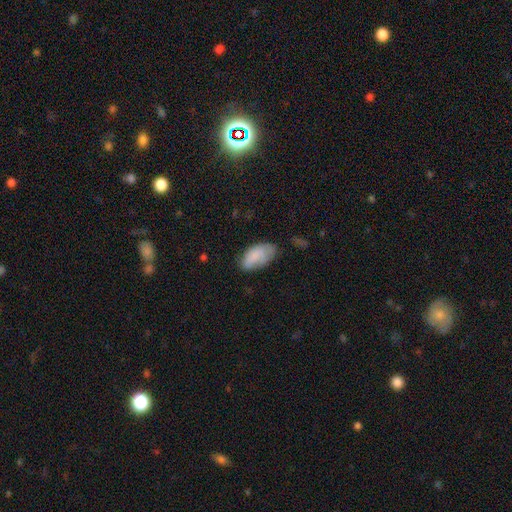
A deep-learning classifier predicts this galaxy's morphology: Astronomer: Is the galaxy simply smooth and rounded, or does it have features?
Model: smooth — 79%.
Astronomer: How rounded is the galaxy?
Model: in between — 94%.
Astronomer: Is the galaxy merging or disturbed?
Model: none — 54% (runner-up: minor disturbance, 34%).